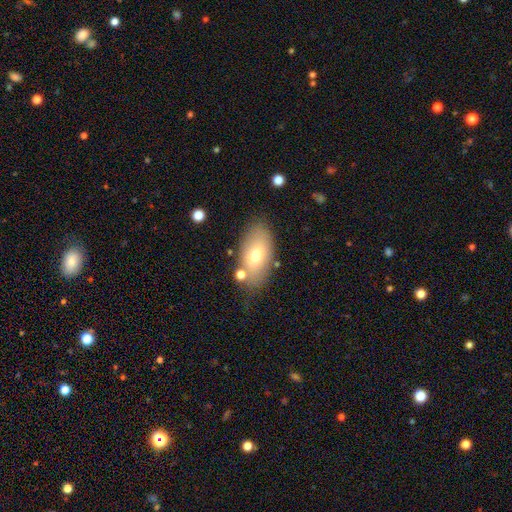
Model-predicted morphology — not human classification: smooth 69%, featured or disk 22%, star or artifact 8%. Down the decision tree: how rounded — in between (92%); merging — none (73%).